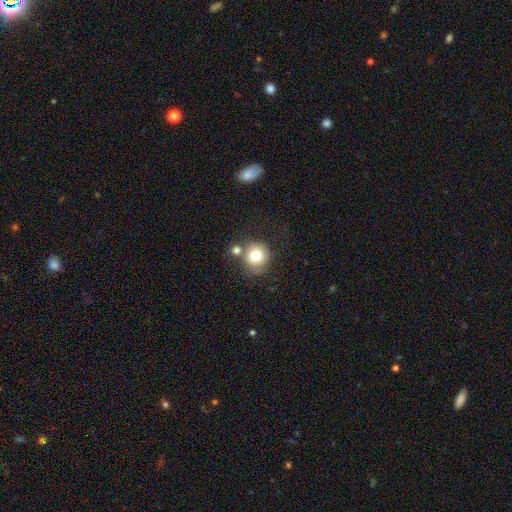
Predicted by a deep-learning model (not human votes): Q: Smooth or featured?
A: smooth (76%); runner-up: featured or disk (13%)
Q: How rounded?
A: round (89%); runner-up: in between (10%)
Q: Merging?
A: none (58%); runner-up: merger (22%)